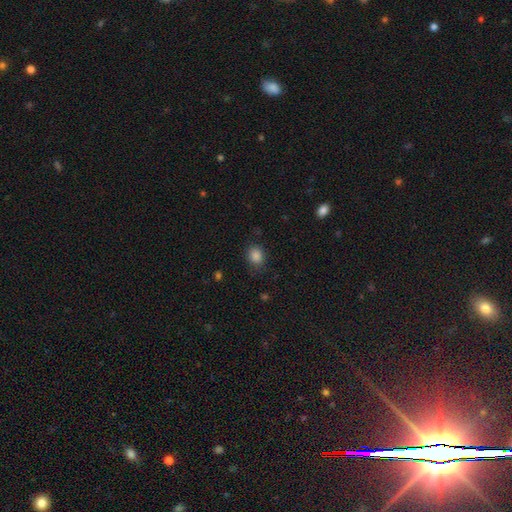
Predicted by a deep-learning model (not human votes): Smooth or featured: smooth — 86% (star or artifact — 11%)
How rounded: round — 56% (in between — 43%)
Merging: none — 81% (minor disturbance — 14%)